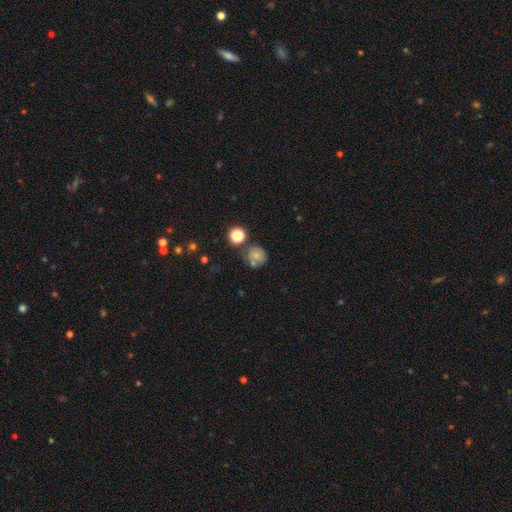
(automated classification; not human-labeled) smooth-or-featured: smooth: 72% | star or artifact: 14% | featured or disk: 14%
  how-rounded: round: 84% | in between: 15% | cigar-shaped: 1%
  merging: none: 58% | merger: 18% | minor disturbance: 17% | major disturbance: 7%